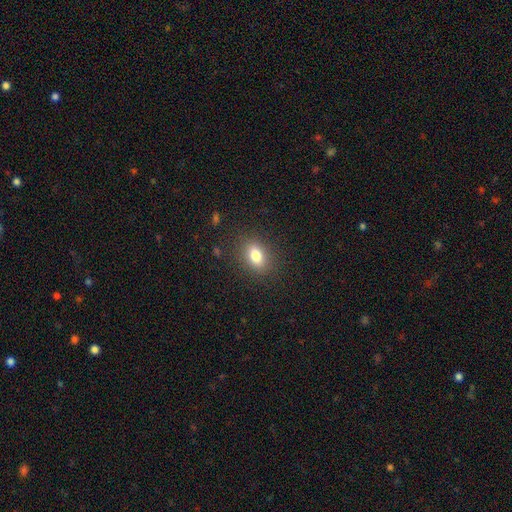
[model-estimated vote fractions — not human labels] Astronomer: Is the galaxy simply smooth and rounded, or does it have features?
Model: smooth — 80%.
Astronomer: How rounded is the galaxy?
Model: in between — 76%.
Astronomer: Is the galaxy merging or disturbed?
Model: none — 86%.